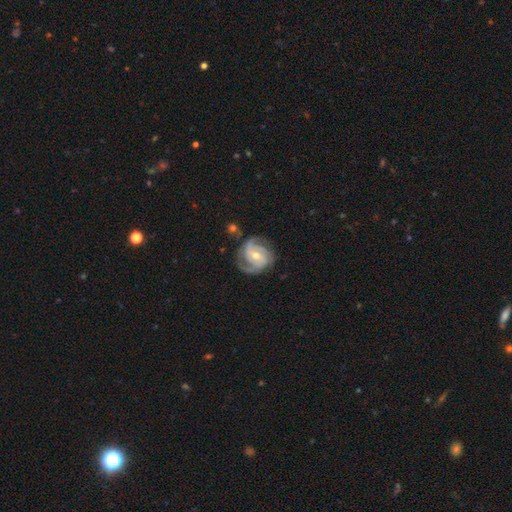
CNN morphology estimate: type=featured or disk (89%); edge-on=no (98%); bar=no (48%); spiral arms=yes (98%); winding=tight (53%); arm count=3 (46%); bulge=moderate (53%); merging=none (74%).